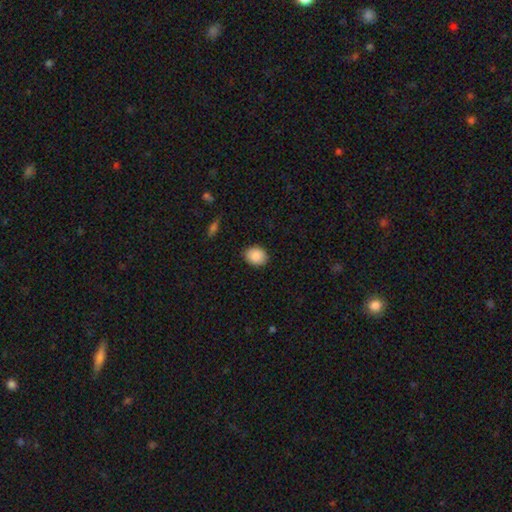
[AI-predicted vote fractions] Smooth or featured? Predicted: smooth (p=0.90). How rounded? Predicted: round (p=0.53). Merging? Predicted: none (p=0.88).